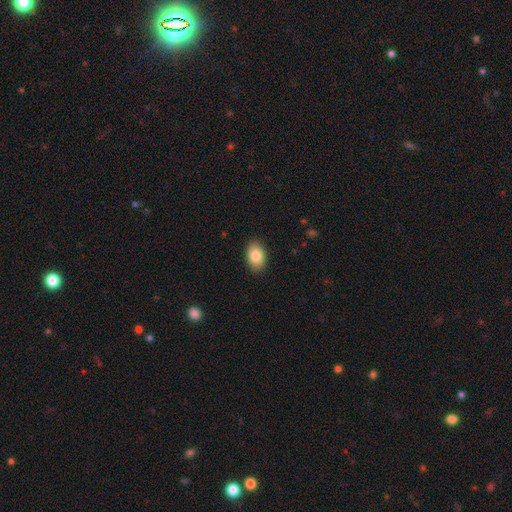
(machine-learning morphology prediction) This appears to be a smooth galaxy with no disk features (84%) that is in between round and cigar-shaped (89%). Merging: none (89%).